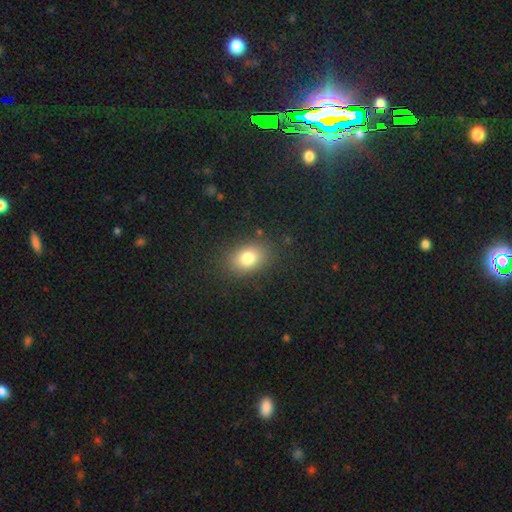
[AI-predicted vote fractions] smooth 75%, star or artifact 17%, featured or disk 8%. Down the decision tree: how rounded — in between (65%); merging — none (88%).